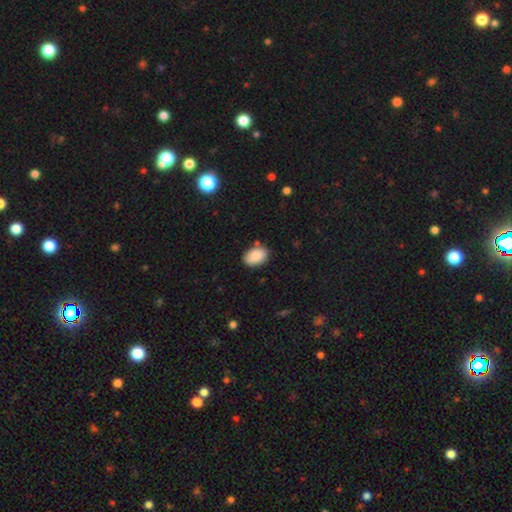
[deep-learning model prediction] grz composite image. It shows a smooth galaxy with no disk features (87%) that is in between round and cigar-shaped (84%). Merging: none (77%).